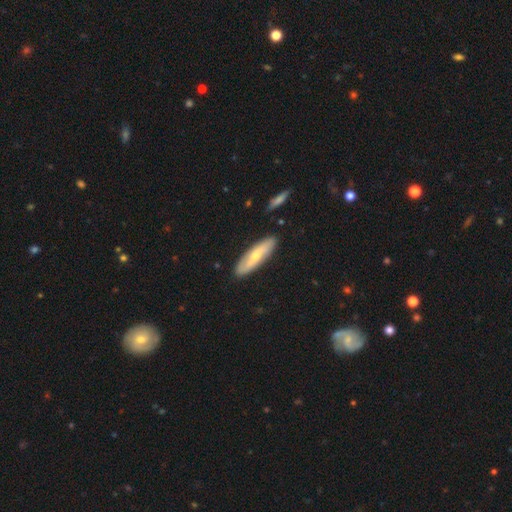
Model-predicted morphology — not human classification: A smooth galaxy with no disk features (48%).

Vote fractions:
- Smooth or featured? smooth: 48% / featured or disk: 47% / star or artifact: 5%
- Merging? none: 87% / minor disturbance: 9% / merger: 2% / major disturbance: 2%